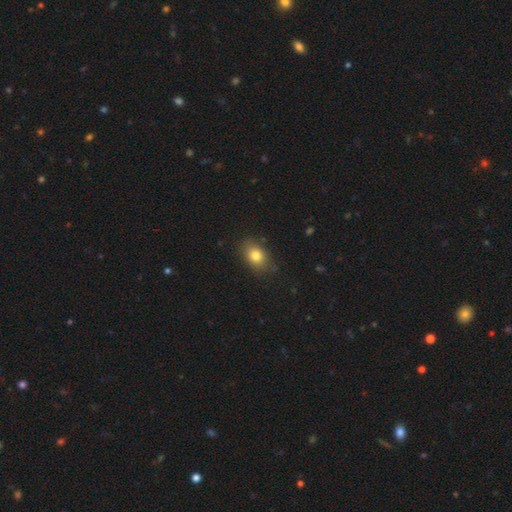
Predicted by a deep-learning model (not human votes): This is clearly a smooth galaxy (81%). How rounded: likely in between (77%). Merging: clearly none (81%).